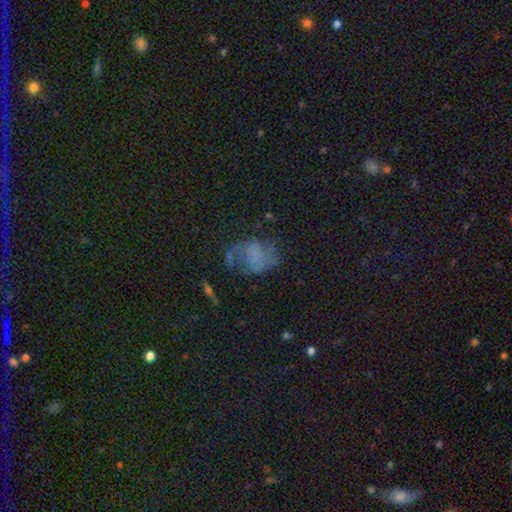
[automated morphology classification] Smooth or featured? featured or disk (43%)
Merging? none (43%)